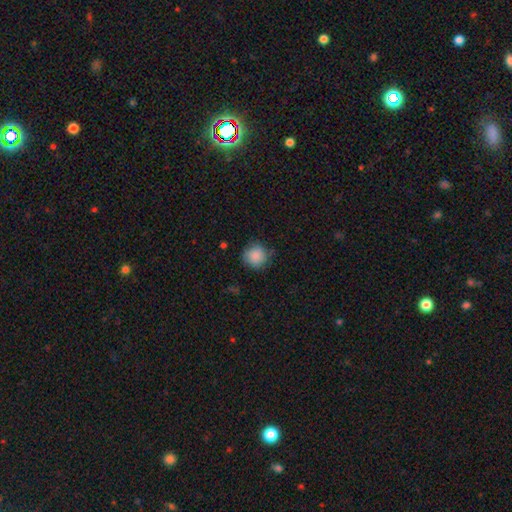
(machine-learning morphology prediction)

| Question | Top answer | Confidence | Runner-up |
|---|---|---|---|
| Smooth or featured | smooth | 87% | star or artifact (8%) |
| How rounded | round | 92% | in between (7%) |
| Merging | none | 79% | minor disturbance (16%) |